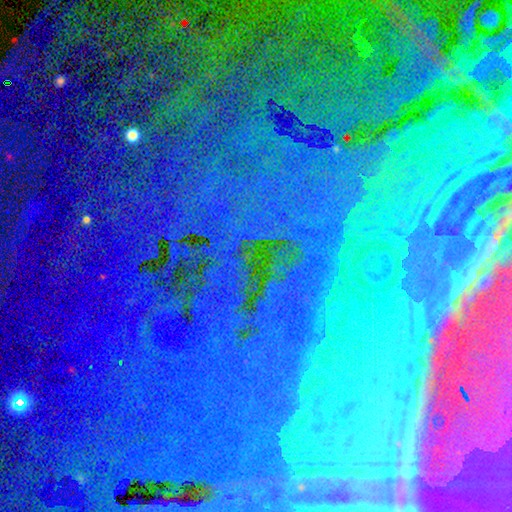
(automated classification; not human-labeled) Smooth or featured: star or artifact — 82% (featured or disk — 11%)